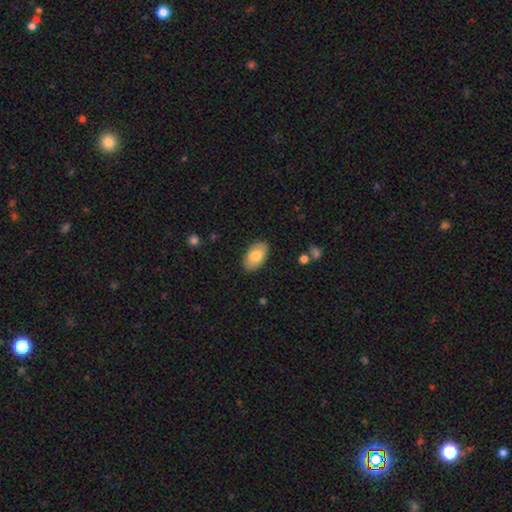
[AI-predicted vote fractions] smooth-or-featured: smooth: 77% | featured or disk: 17% | star or artifact: 6%
  how-rounded: in between: 94% | round: 4% | cigar-shaped: 2%
  merging: none: 87% | minor disturbance: 10% | major disturbance: 2% | merger: 1%